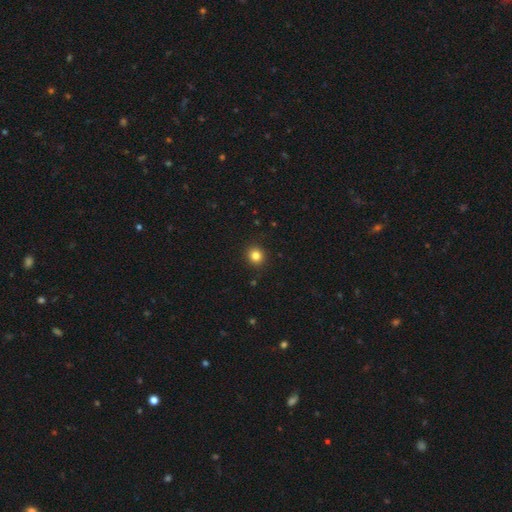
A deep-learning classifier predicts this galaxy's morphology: Q: Smooth or featured?
A: smooth (82%); runner-up: star or artifact (12%)
Q: How rounded?
A: round (90%); runner-up: in between (9%)
Q: Merging?
A: none (92%); runner-up: minor disturbance (6%)